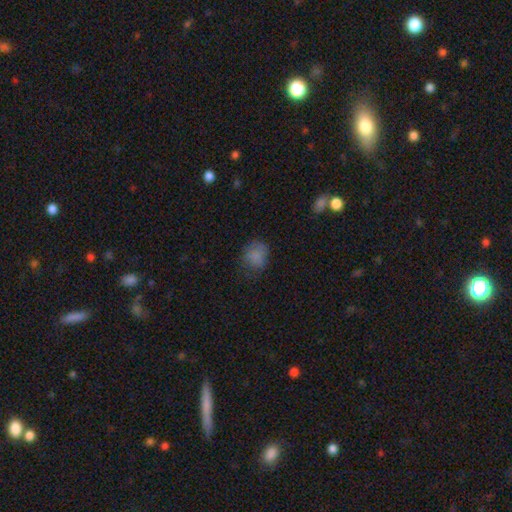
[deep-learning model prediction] Overall: smooth (78%). How rounded: round (62%; in between 37%). Merging: none (61%; minor disturbance 25%).